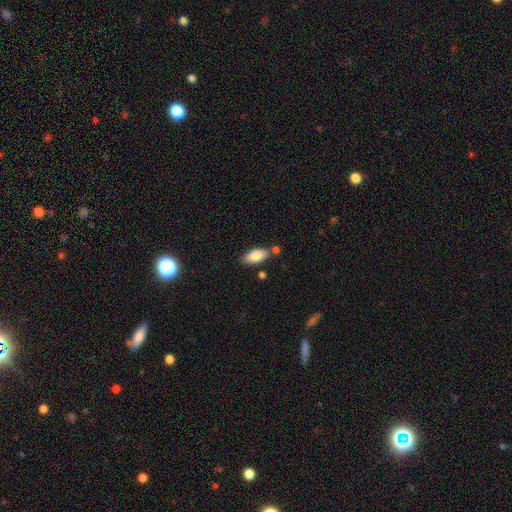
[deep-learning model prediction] Smooth or featured: smooth — 84% (featured or disk — 10%)
How rounded: in between — 89% (cigar-shaped — 9%)
Merging: none — 73% (minor disturbance — 14%)